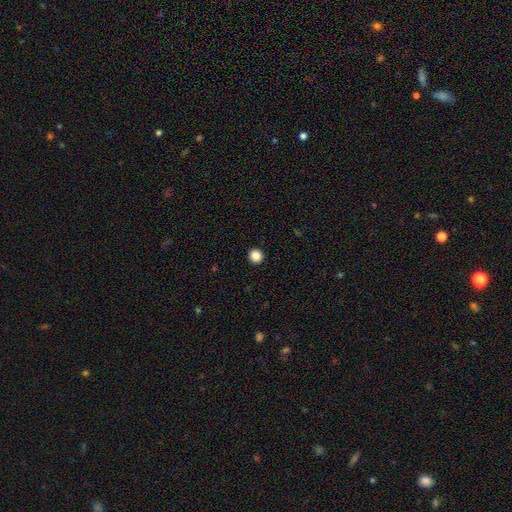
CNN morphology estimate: This appears to be a smooth galaxy with no disk features (87%) that is round (93%). Merging: none (94%).